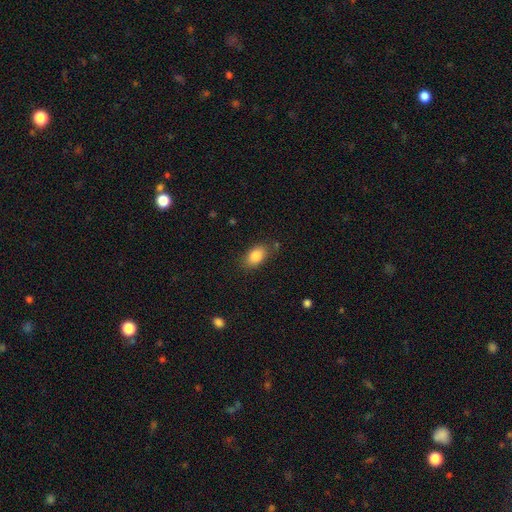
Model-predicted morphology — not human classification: Smooth or featured?
  - smooth: 85% *
  - star or artifact: 8%
  - featured or disk: 7%
How rounded?
  - in between: 88% *
  - round: 10%
  - cigar-shaped: 2%
Merging?
  - none: 79% *
  - minor disturbance: 15%
  - major disturbance: 4%
  - merger: 2%